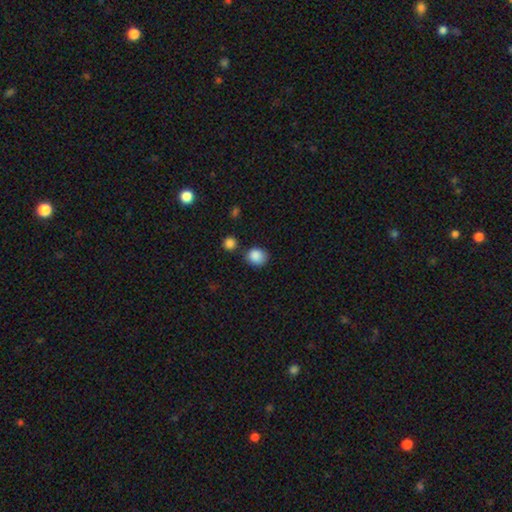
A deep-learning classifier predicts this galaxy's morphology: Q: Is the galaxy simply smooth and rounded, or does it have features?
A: smooth — 87%.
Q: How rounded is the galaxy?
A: round — 68%.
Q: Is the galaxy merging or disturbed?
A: none — 71%.